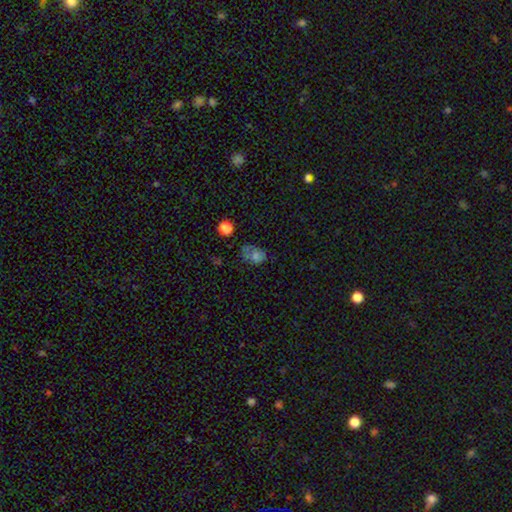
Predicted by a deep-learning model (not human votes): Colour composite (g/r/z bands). It shows a smooth galaxy with no disk features (60%) that is in between round and cigar-shaped (67%). Merging: none (41%).